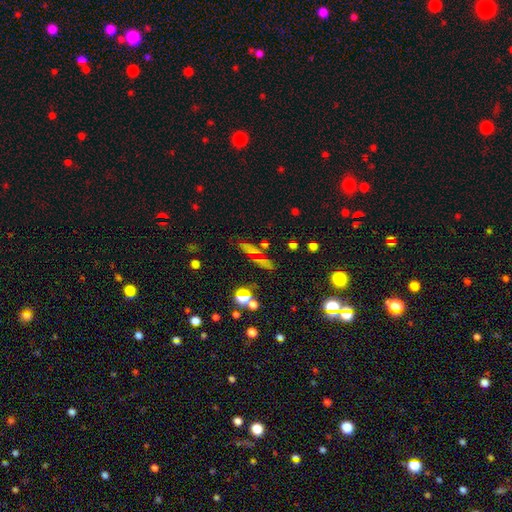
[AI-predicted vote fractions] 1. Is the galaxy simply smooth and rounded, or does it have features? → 44% smooth, 30% star or artifact, 25% featured or disk.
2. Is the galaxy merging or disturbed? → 70% none, 13% minor disturbance, 10% merger, 7% major disturbance.